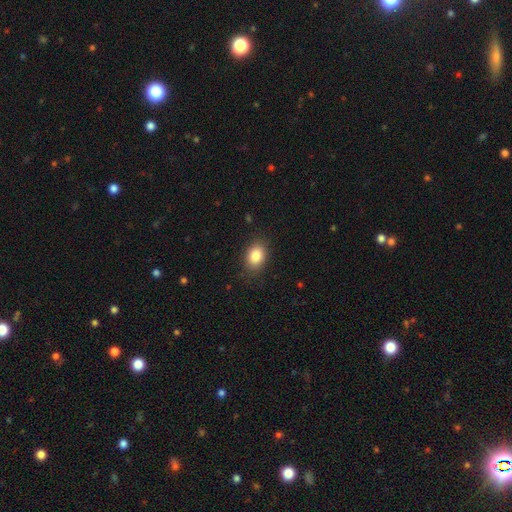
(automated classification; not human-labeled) A smooth galaxy with no disk features (84%) that is in between round and cigar-shaped (72%).

Vote fractions:
- Smooth or featured? smooth: 84% / star or artifact: 9% / featured or disk: 7%
- How rounded? in between: 72% / round: 27% / cigar-shaped: 1%
- Merging? none: 84% / minor disturbance: 12% / major disturbance: 3% / merger: 1%